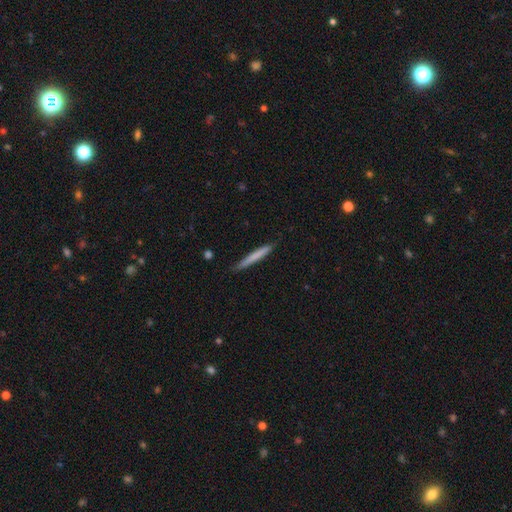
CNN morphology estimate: This is likely a smooth galaxy (71%). How rounded: clearly cigar-shaped (96%). Merging: clearly none (85%).